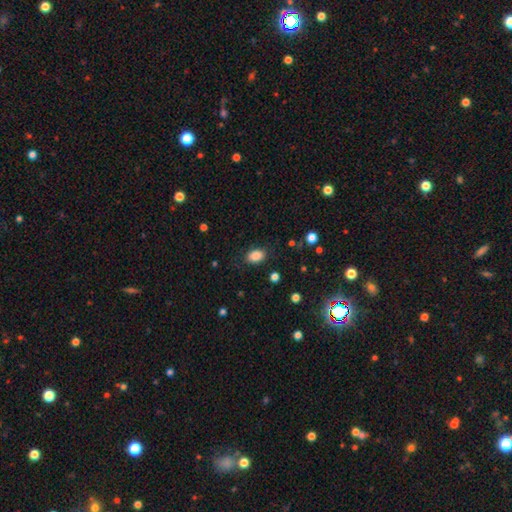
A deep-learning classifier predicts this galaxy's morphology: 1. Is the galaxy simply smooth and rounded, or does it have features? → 86% smooth, 9% star or artifact, 5% featured or disk.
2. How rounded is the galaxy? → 81% in between, 17% round, 1% cigar-shaped.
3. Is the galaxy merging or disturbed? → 84% none, 11% minor disturbance, 4% major disturbance, 1% merger.